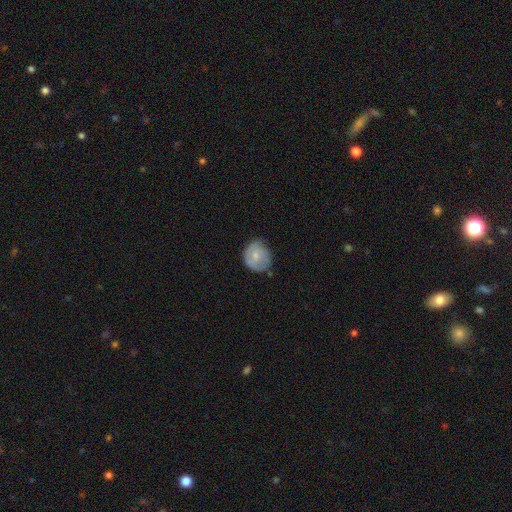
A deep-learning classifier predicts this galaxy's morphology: A smooth galaxy with no disk features (67%) that is round (84%). Merging: none (64%).